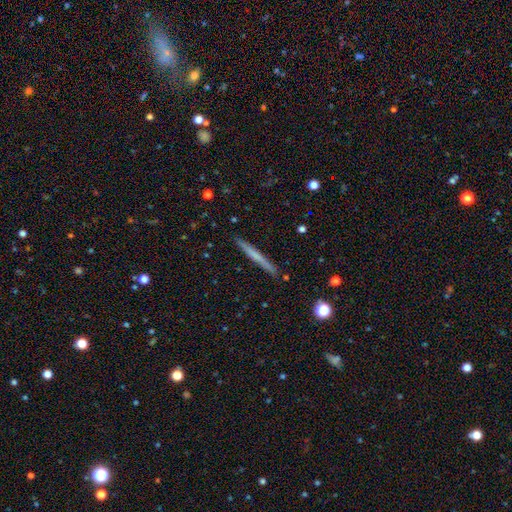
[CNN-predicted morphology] A smooth galaxy with no disk features (54%) that is cigar-shaped (97%). Merging: none (90%).